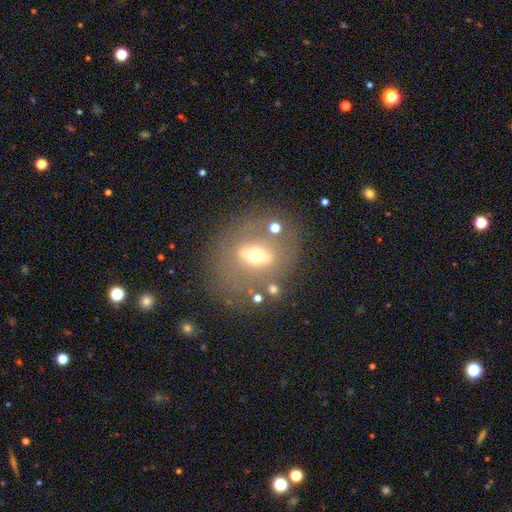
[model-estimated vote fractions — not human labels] Smooth or featured? Predicted: featured or disk (p=0.60). Edge-on disk? Predicted: no (p=0.65). Merging? Predicted: none (p=0.72).